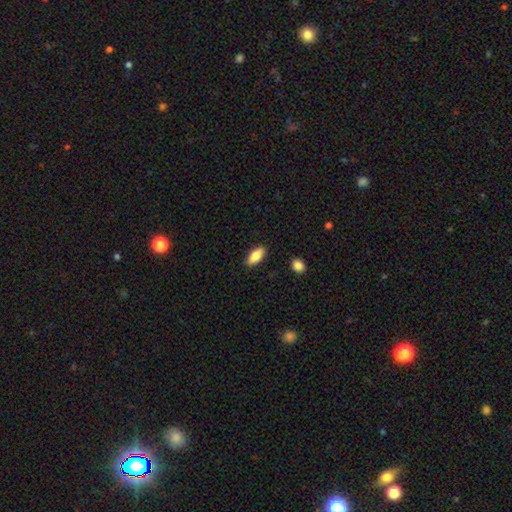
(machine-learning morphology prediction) smooth-or-featured: smooth: 82% | featured or disk: 11% | star or artifact: 6%
  how-rounded: in between: 81% | cigar-shaped: 16% | round: 2%
  merging: none: 87% | minor disturbance: 9% | major disturbance: 2% | merger: 2%